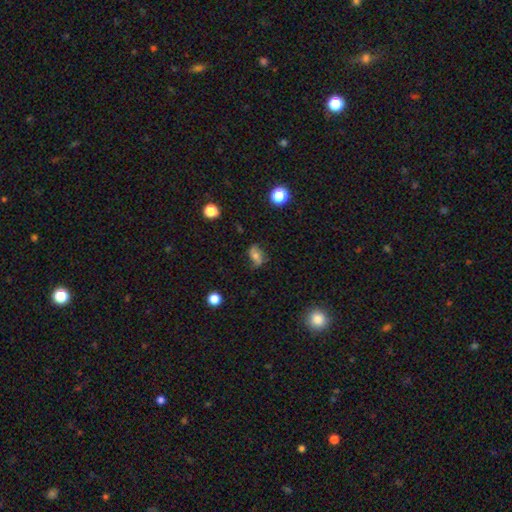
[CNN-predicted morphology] Q: Smooth or featured?
A: smooth (54%); runner-up: featured or disk (34%)
Q: How rounded?
A: in between (81%); runner-up: round (14%)
Q: Merging?
A: none (67%); runner-up: minor disturbance (23%)